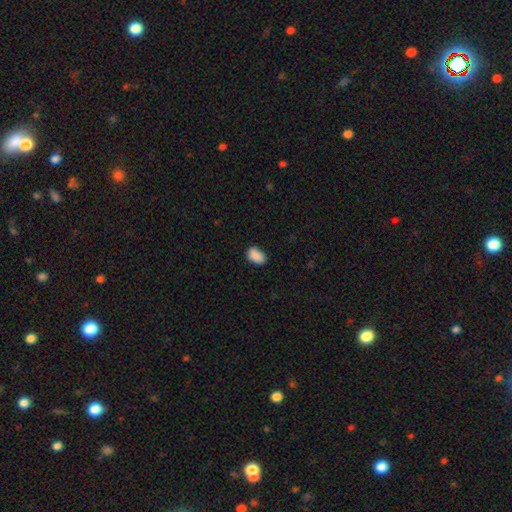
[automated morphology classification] A smooth galaxy with no disk features (90%) that is in between round and cigar-shaped (89%).

Vote fractions:
- Smooth or featured? smooth: 90% / star or artifact: 7% / featured or disk: 3%
- How rounded? in between: 89% / round: 10% / cigar-shaped: 1%
- Merging? none: 84% / minor disturbance: 13% / major disturbance: 2% / merger: 1%